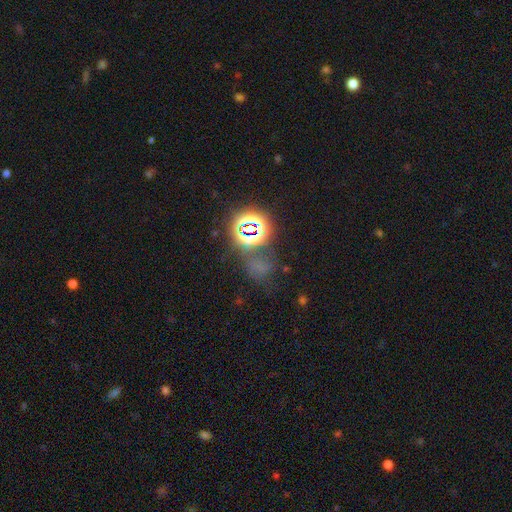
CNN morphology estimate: A star or artifact, not a galaxy (78%).